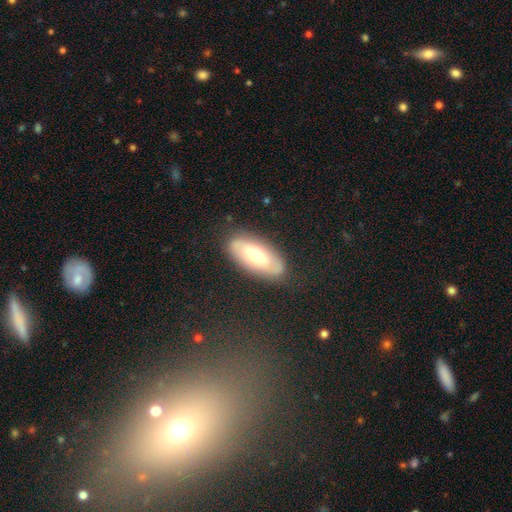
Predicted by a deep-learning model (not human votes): This appears to be a smooth galaxy with no disk features (50%). Merging: none (82%).